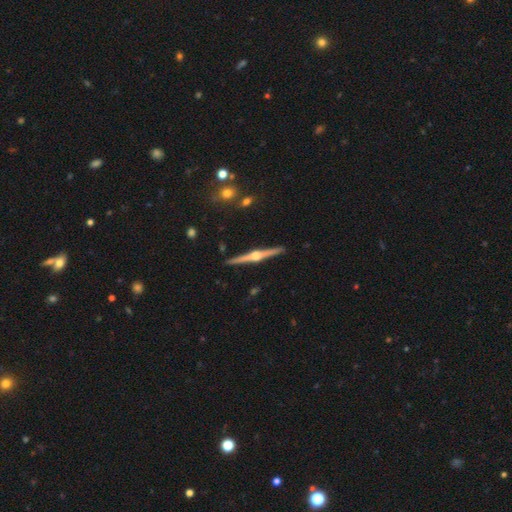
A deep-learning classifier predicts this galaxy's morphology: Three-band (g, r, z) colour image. It shows a featured or disk galaxy (85%) viewed edge-on (99%) with a rounded central bulge (95%). Merging: none (92%).